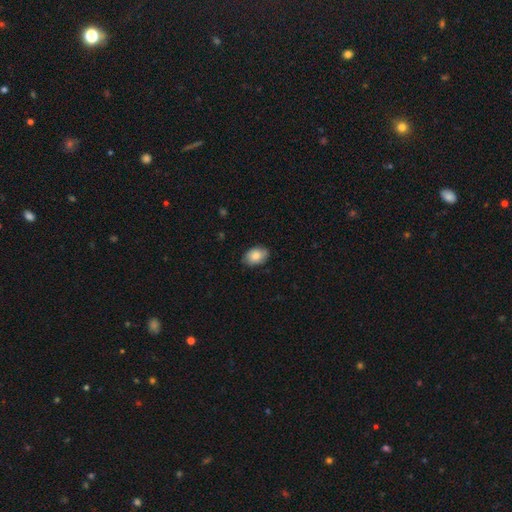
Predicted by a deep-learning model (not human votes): Smooth or featured: smooth — 81% (featured or disk — 12%)
How rounded: in between — 86% (round — 13%)
Merging: none — 82% (minor disturbance — 14%)